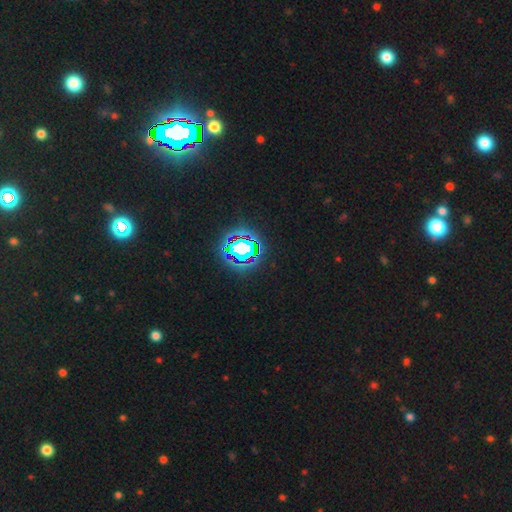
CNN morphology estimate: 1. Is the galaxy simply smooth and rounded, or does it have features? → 83% star or artifact, 11% smooth, 7% featured or disk.